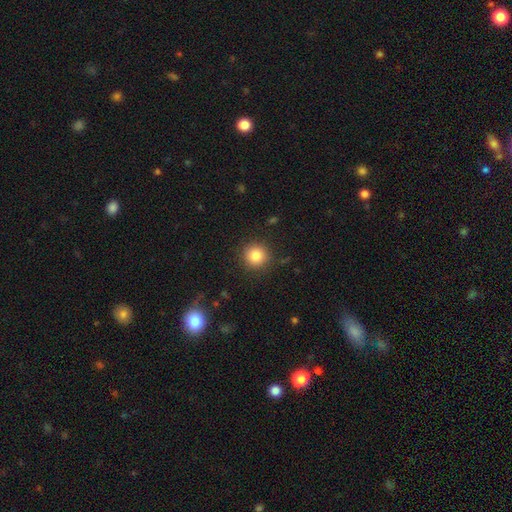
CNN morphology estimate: smooth-or-featured: smooth: 83% | star or artifact: 11% | featured or disk: 6%
  how-rounded: round: 94% | in between: 5% | cigar-shaped: 1%
  merging: none: 89% | minor disturbance: 7% | major disturbance: 3% | merger: 1%